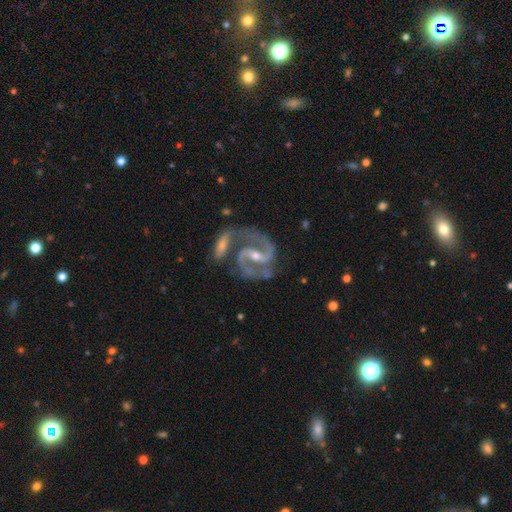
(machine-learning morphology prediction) featured or disk 93%, star or artifact 4%, smooth 3%. Down the decision tree: edge-on disk — no (98%); bar — strong (45%); spiral arms — yes (98%); spiral arm count — 2 (93%); spiral winding — medium (66%); bulge size — small (53%); merging — none (58%).